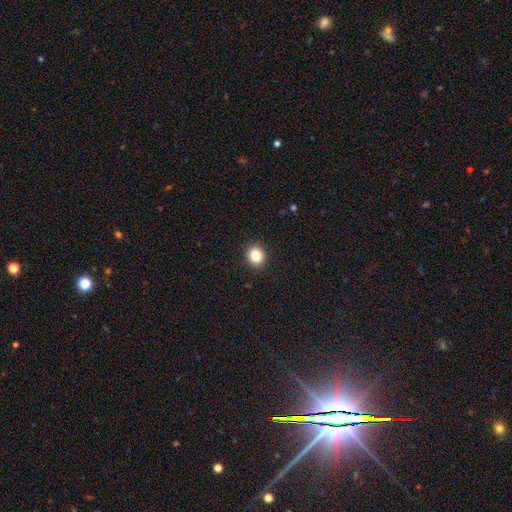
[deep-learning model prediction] This is clearly a smooth galaxy (84%). How rounded: likely round (76%). Merging: clearly none (92%).